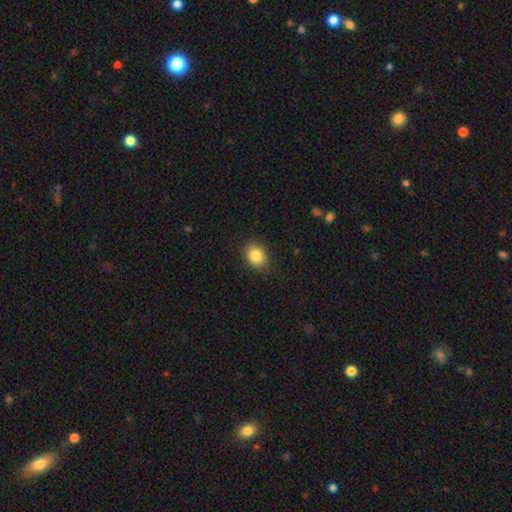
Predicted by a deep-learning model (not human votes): Overall: smooth (85%). How rounded: in between (50%; round 49%). Merging: none (87%).